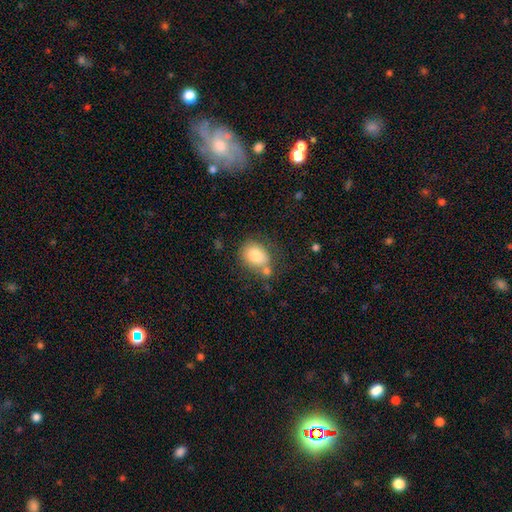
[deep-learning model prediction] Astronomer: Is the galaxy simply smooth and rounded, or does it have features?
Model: smooth — 80%.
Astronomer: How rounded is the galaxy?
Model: in between — 56% (runner-up: round, 43%).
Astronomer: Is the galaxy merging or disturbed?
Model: none — 57%.